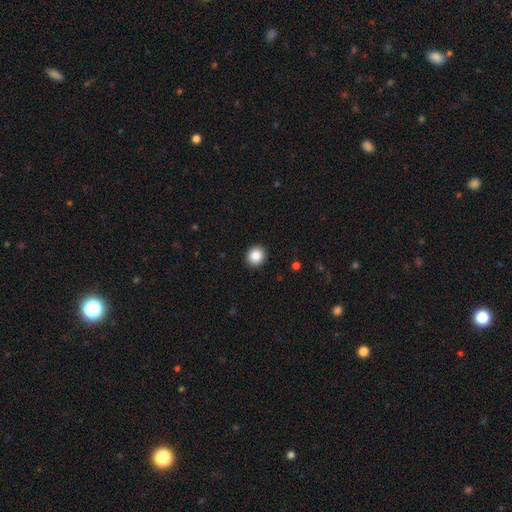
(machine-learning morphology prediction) Smooth or featured?
  - smooth: 87% *
  - star or artifact: 9%
  - featured or disk: 4%
How rounded?
  - round: 87% *
  - in between: 12%
  - cigar-shaped: 1%
Merging?
  - none: 92% *
  - minor disturbance: 5%
  - major disturbance: 2%
  - merger: 1%